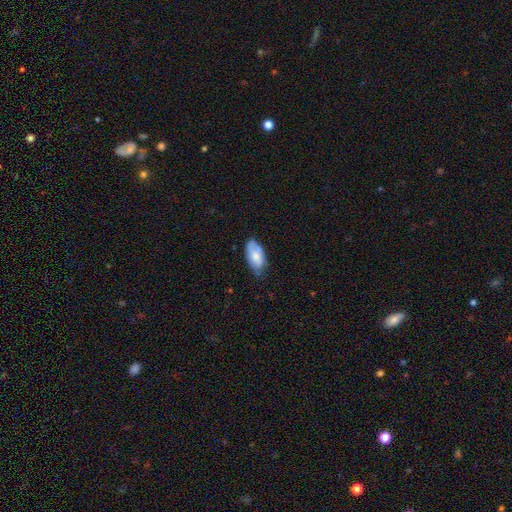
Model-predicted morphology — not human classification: This appears to be a smooth galaxy with no disk features (69%) that is in between round and cigar-shaped (93%). Merging: none (61%).